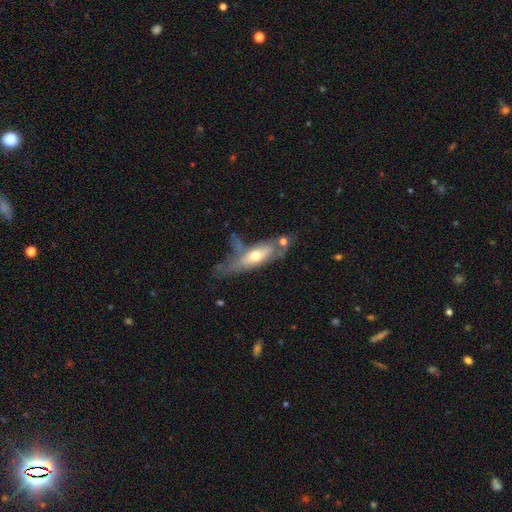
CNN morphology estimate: smooth-or-featured: featured or disk: 51% | smooth: 43% | star or artifact: 6%
  disk-edge-on: no: 52% | yes: 48%
  merging: none: 31% | major disturbance: 27% | minor disturbance: 23% | merger: 19%